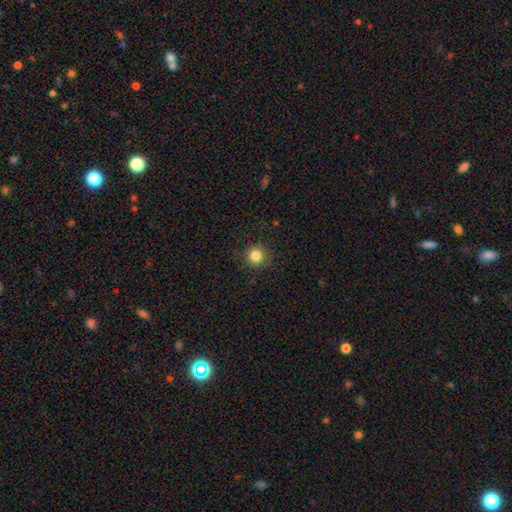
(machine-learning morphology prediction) Smooth or featured: smooth — 84% (star or artifact — 11%)
How rounded: round — 94% (in between — 5%)
Merging: none — 90% (minor disturbance — 7%)